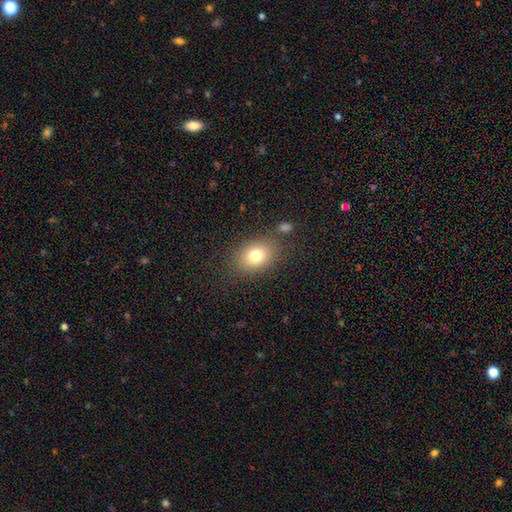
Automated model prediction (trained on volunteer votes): Overall: smooth (77%). How rounded: in between (65%; round 34%). Merging: none (79%).